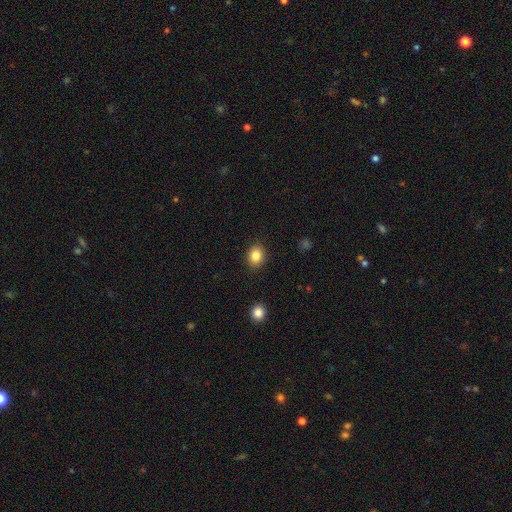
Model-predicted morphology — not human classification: smooth 84%, star or artifact 10%, featured or disk 6%. Down the decision tree: how rounded — in between (53%); merging — none (89%).